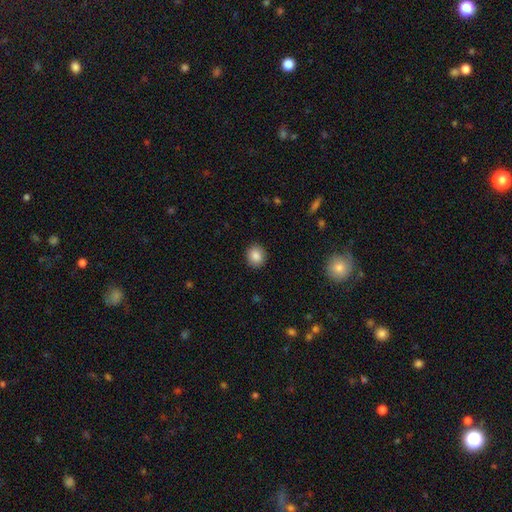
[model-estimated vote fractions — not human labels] A smooth galaxy with no disk features (87%) that is round (77%). Merging: none (91%).